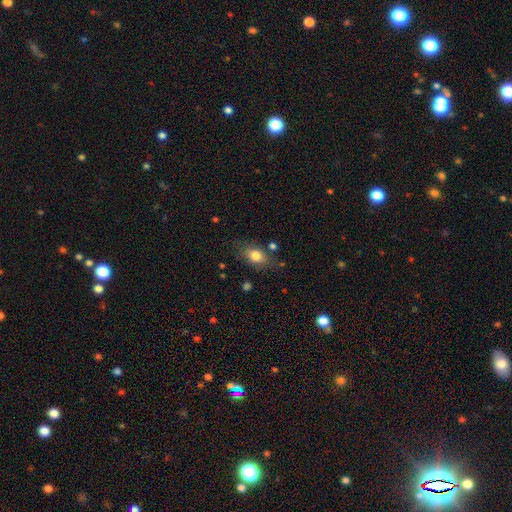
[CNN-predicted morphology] The model was most divided on "merging": none: 73%, minor disturbance: 17%, major disturbance: 5%, merger: 4%. More confident: smooth or featured — smooth (79%); how rounded — in between (77%).